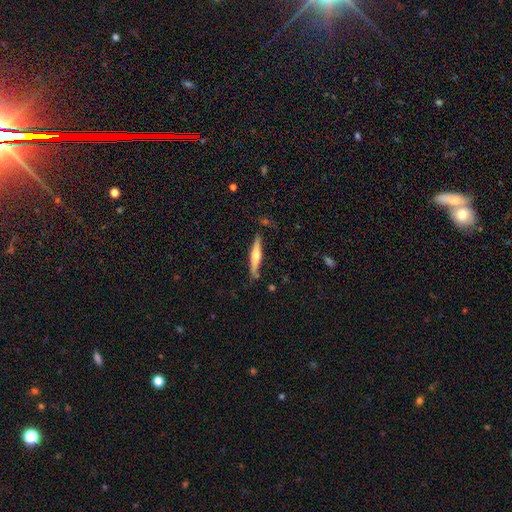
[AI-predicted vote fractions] A featured or disk galaxy (52%) viewed edge-on (95%). Merging: none (82%).